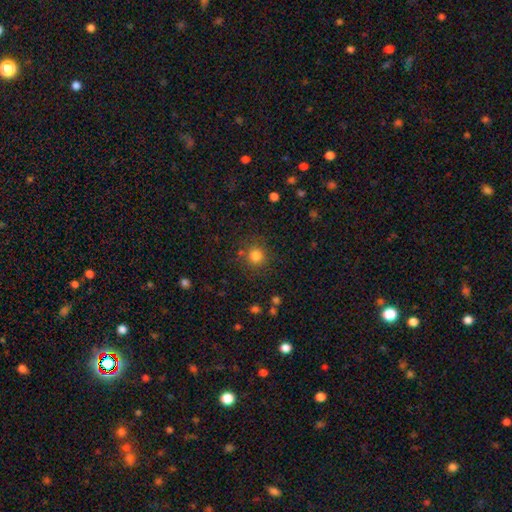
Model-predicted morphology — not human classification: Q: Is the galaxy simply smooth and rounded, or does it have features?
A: smooth — 81%.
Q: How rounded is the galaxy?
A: round — 91%.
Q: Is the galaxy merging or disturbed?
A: none — 82%.